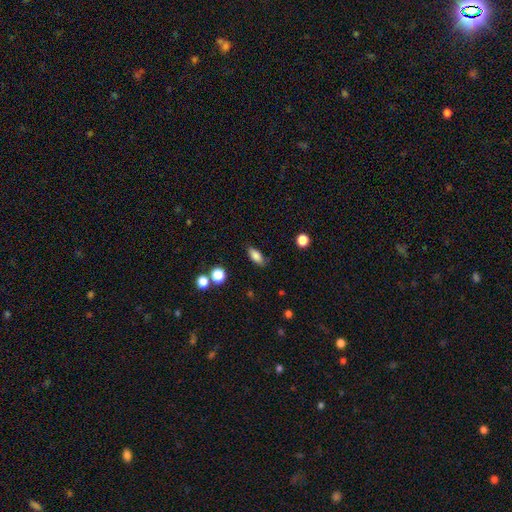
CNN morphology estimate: The model was most divided on "merging": none: 81%, minor disturbance: 14%, major disturbance: 3%, merger: 2%. More confident: how rounded — in between (84%); smooth or featured — smooth (84%).